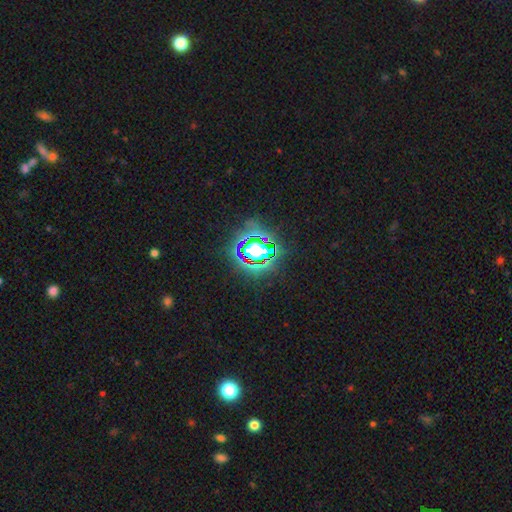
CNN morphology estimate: Smooth or featured? star or artifact (81%)